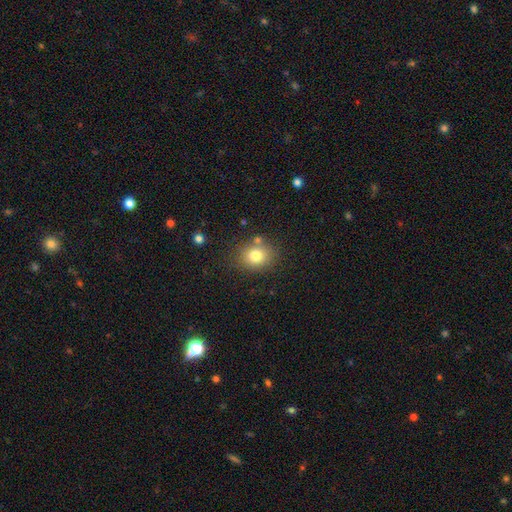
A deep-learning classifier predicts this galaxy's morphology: type=smooth (78%); roundness=round (68%); merging=none (76%).